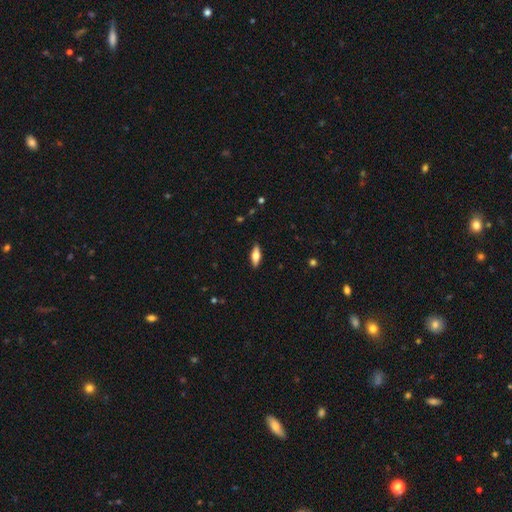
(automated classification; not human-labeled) A smooth galaxy with no disk features (56%) that is in between round and cigar-shaped (64%).

Vote fractions:
- Smooth or featured? smooth: 56% / featured or disk: 37% / star or artifact: 7%
- How rounded? in between: 64% / cigar-shaped: 33% / round: 3%
- Merging? none: 89% / minor disturbance: 8% / major disturbance: 2% / merger: 1%